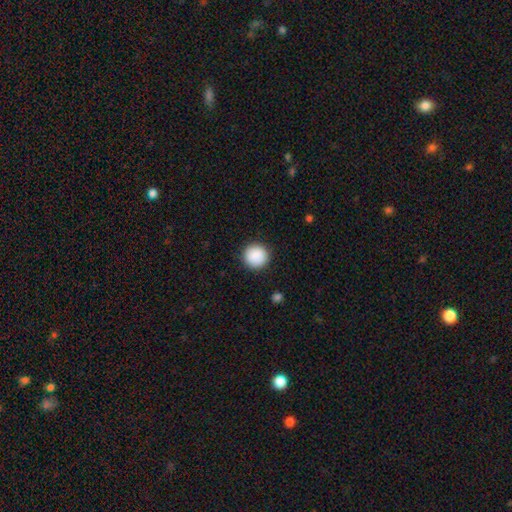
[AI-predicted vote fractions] Overall: smooth (90%). How rounded: round (95%). Merging: none (92%).